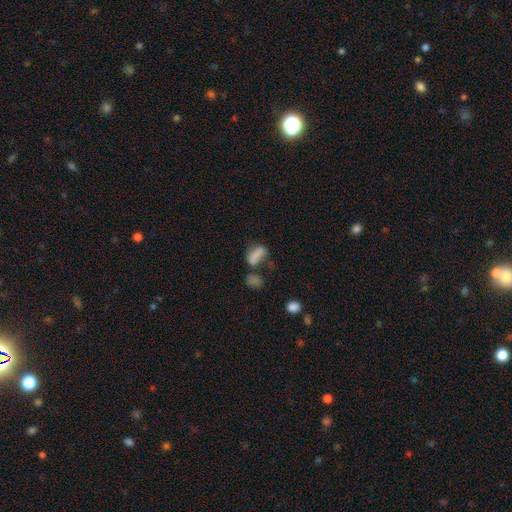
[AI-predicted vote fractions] The model was most divided on "merging" (2-way tie): merger: 31%, none: 31%, major disturbance: 21%, minor disturbance: 18%. More confident: how rounded — in between (79%); smooth or featured — smooth (73%).